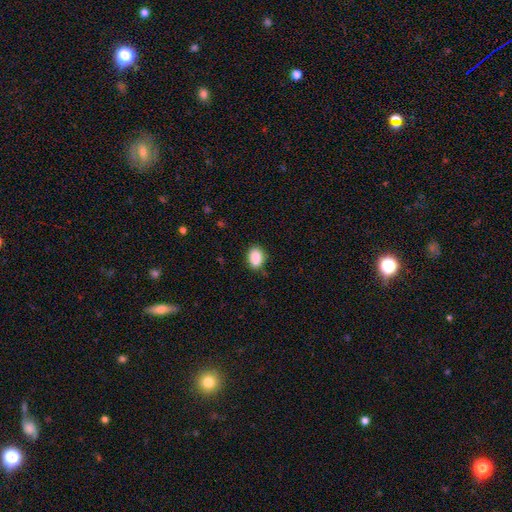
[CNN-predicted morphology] Smooth or featured: smooth — 89% (star or artifact — 7%)
How rounded: in between — 76% (round — 23%)
Merging: none — 83% (minor disturbance — 13%)